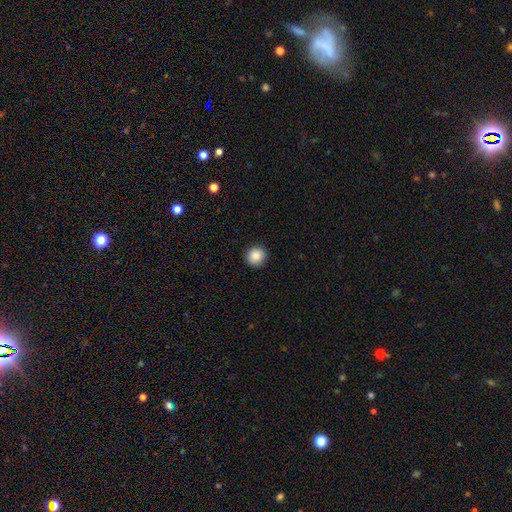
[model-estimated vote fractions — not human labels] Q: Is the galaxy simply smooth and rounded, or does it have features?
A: smooth — 87%.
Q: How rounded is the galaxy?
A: round — 94%.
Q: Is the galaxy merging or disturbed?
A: none — 92%.